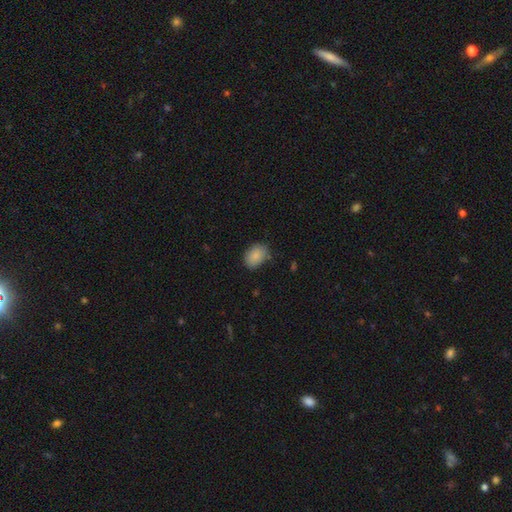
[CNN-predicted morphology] Smooth or featured?
  - smooth: 86% *
  - star or artifact: 8%
  - featured or disk: 6%
How rounded?
  - in between: 77% *
  - round: 22%
  - cigar-shaped: 1%
Merging?
  - none: 77% *
  - minor disturbance: 18%
  - major disturbance: 4%
  - merger: 2%